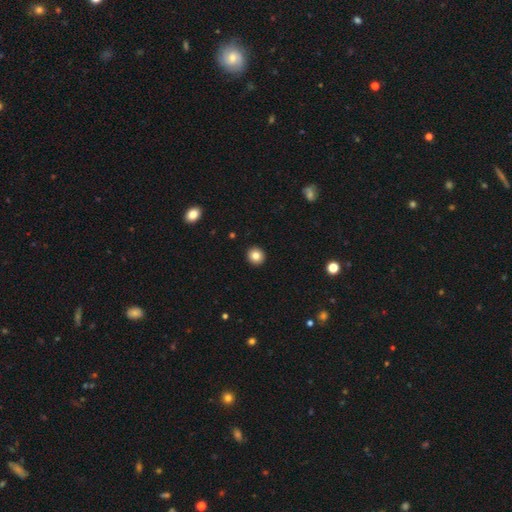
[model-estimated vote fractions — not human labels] This appears to be a smooth galaxy with no disk features (84%) that is round (92%). Merging: none (93%).